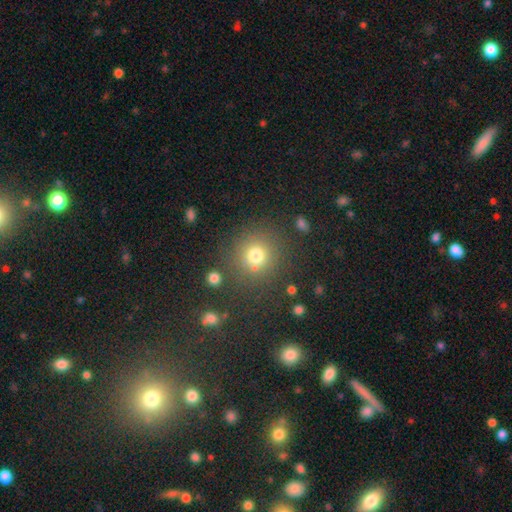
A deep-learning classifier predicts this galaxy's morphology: Q: Smooth or featured?
A: smooth (74%); runner-up: star or artifact (17%)
Q: How rounded?
A: round (91%); runner-up: in between (8%)
Q: Merging?
A: none (78%); runner-up: minor disturbance (10%)